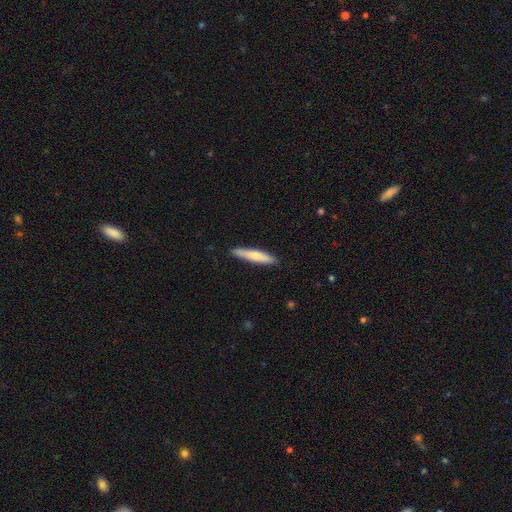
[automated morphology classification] This is likely a smooth galaxy (67%). How rounded: clearly cigar-shaped (90%). Merging: clearly none (90%).